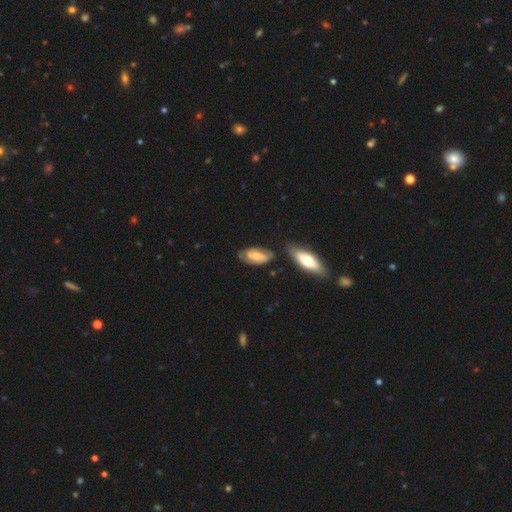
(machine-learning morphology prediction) Smooth or featured: featured or disk — 54% (smooth — 39%)
Edge-on disk: no — 87% (yes — 13%)
Merging: none — 60% (minor disturbance — 23%)